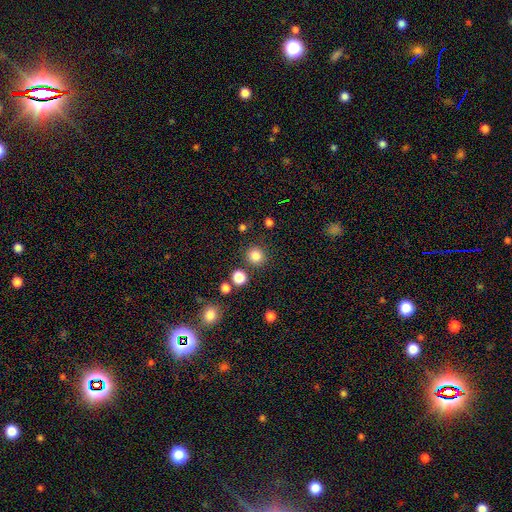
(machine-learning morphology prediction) smooth_or_featured: smooth (p=0.83) [alt: star or artifact p=0.13]
how_rounded: round (p=0.92) [alt: in between p=0.07]
merging: none (p=0.86) [alt: minor disturbance p=0.07]